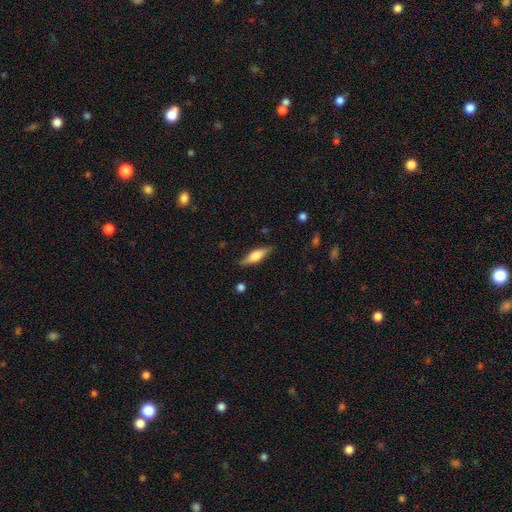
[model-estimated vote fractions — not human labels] Overall: smooth (54%; featured or disk 39%). How rounded: cigar-shaped (52%; in between 45%). Merging: none (82%).